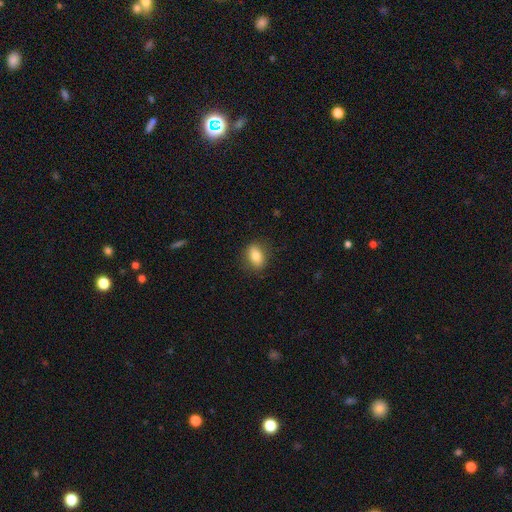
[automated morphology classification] A smooth galaxy with no disk features (81%) that is in between round and cigar-shaped (77%). Merging: none (84%).